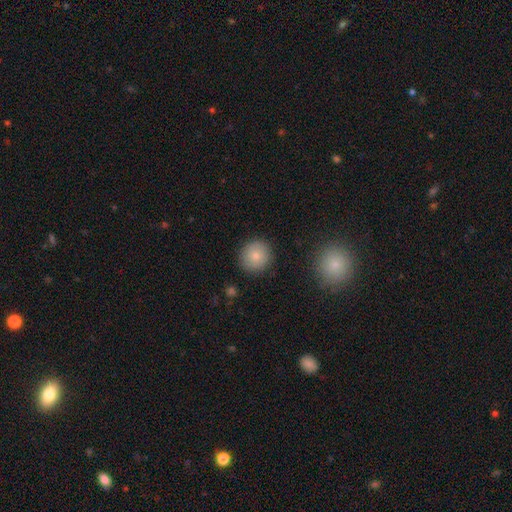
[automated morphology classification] smooth_or_featured: smooth (p=0.82) [alt: featured or disk p=0.09]
how_rounded: round (p=0.91) [alt: in between p=0.08]
merging: none (p=0.89) [alt: minor disturbance p=0.07]